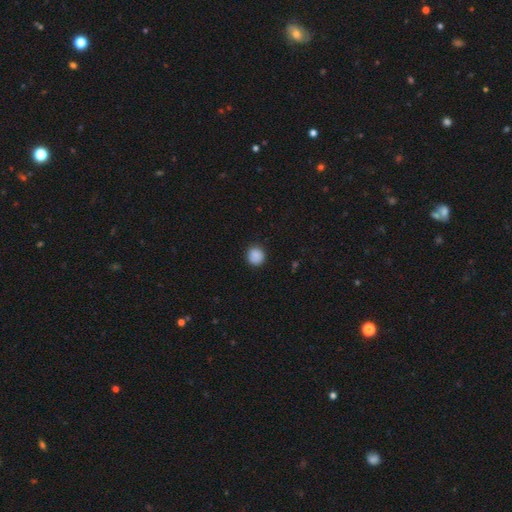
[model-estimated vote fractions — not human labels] A smooth galaxy with no disk features (87%) that is round (88%). Merging: none (86%).